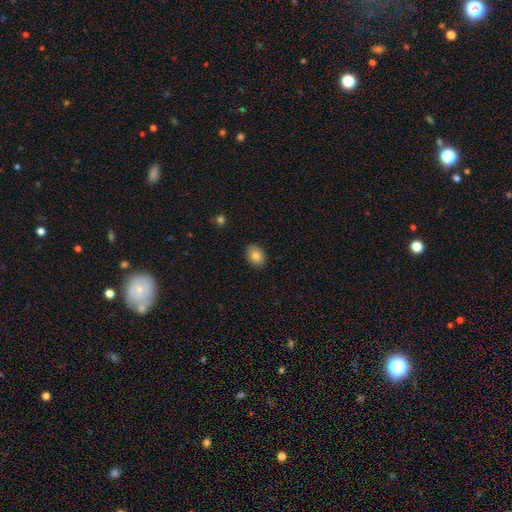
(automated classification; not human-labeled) smooth 82%, featured or disk 10%, star or artifact 8%. Down the decision tree: how rounded — in between (65%); merging — none (88%).